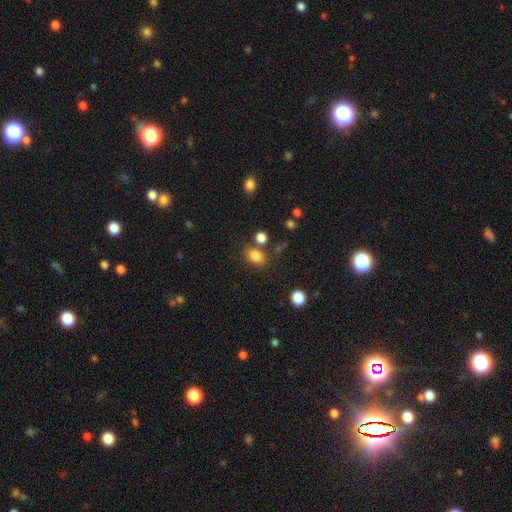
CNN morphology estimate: Q: Smooth or featured?
A: smooth (83%); runner-up: star or artifact (11%)
Q: How rounded?
A: in between (72%); runner-up: round (27%)
Q: Merging?
A: none (71%); runner-up: minor disturbance (13%)